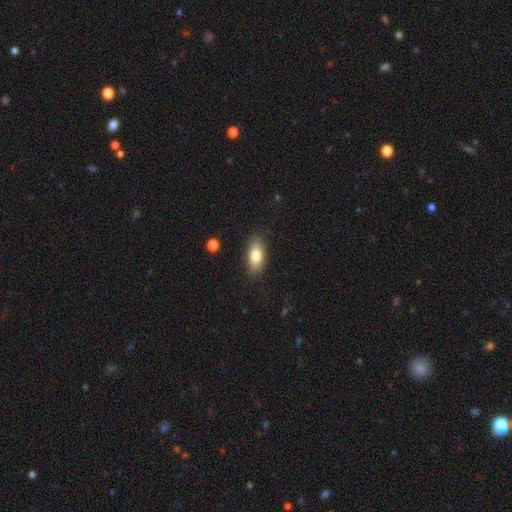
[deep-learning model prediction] smooth 79%, featured or disk 14%, star or artifact 7%. Down the decision tree: how rounded — in between (85%); merging — none (85%).